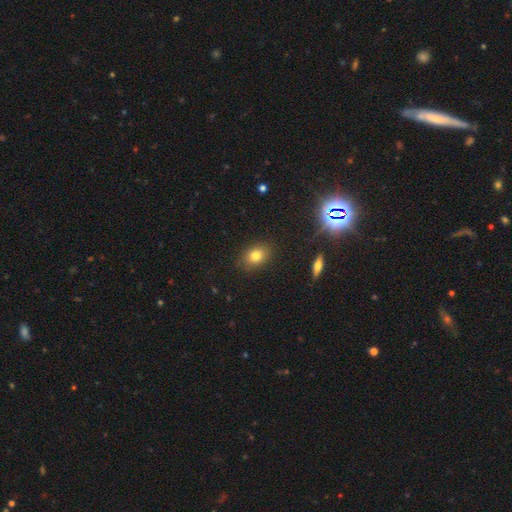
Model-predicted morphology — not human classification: A smooth galaxy with no disk features (79%) that is in between round and cigar-shaped (66%). Merging: none (86%).